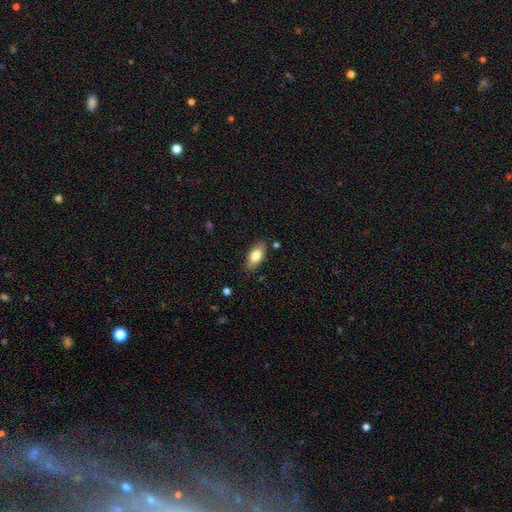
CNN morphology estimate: Smooth or featured?
  - smooth: 78% *
  - featured or disk: 15%
  - star or artifact: 7%
How rounded?
  - in between: 88% *
  - cigar-shaped: 9%
  - round: 3%
Merging?
  - none: 84% *
  - minor disturbance: 12%
  - major disturbance: 2%
  - merger: 2%